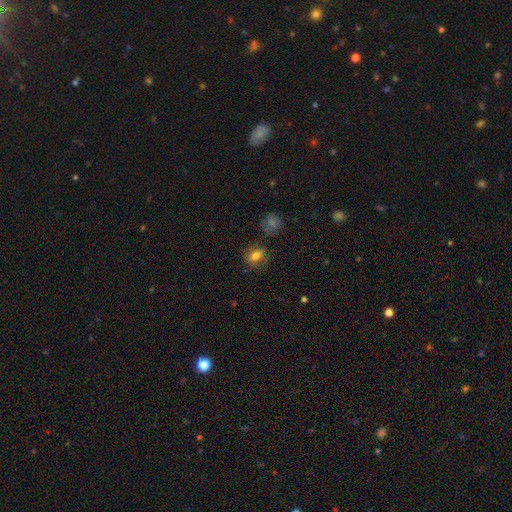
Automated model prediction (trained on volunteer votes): Smooth or featured? Predicted: smooth (p=0.77). How rounded? Predicted: in between (p=0.67). Merging? Predicted: none (p=0.75).